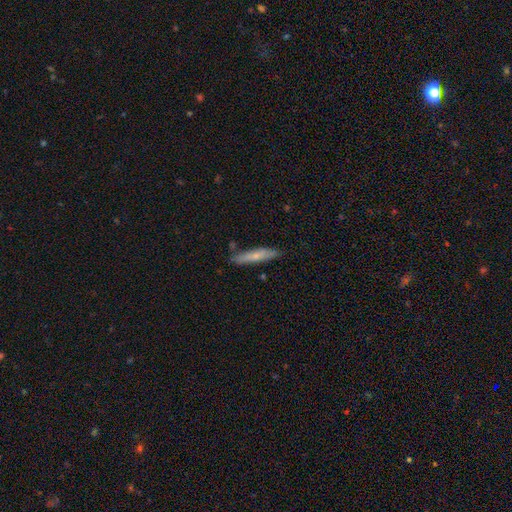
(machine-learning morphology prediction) Smooth or featured? Predicted: smooth (p=0.63). How rounded? Predicted: cigar-shaped (p=0.89). Merging? Predicted: none (p=0.80).